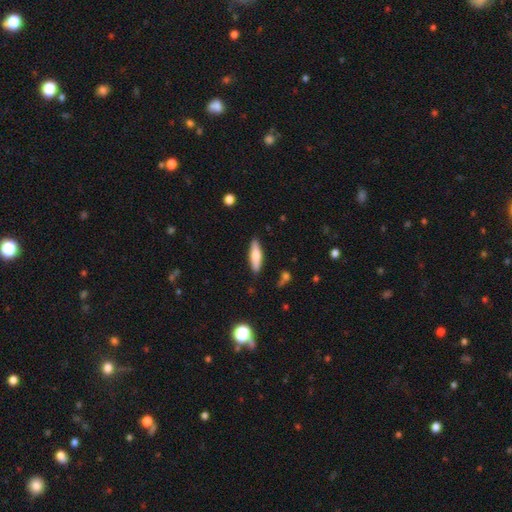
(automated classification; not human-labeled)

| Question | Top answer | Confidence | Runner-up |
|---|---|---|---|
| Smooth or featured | smooth | 62% | featured or disk (31%) |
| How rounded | cigar-shaped | 61% | in between (37%) |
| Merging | none | 86% | minor disturbance (10%) |